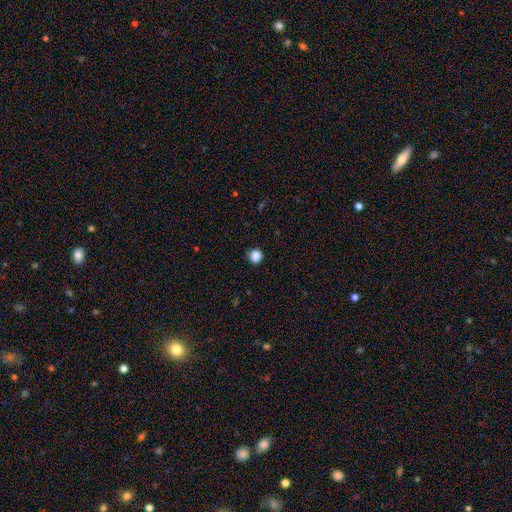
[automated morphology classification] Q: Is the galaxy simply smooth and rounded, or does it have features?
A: smooth — 87%.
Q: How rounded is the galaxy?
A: round — 93%.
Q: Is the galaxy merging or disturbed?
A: none — 90%.